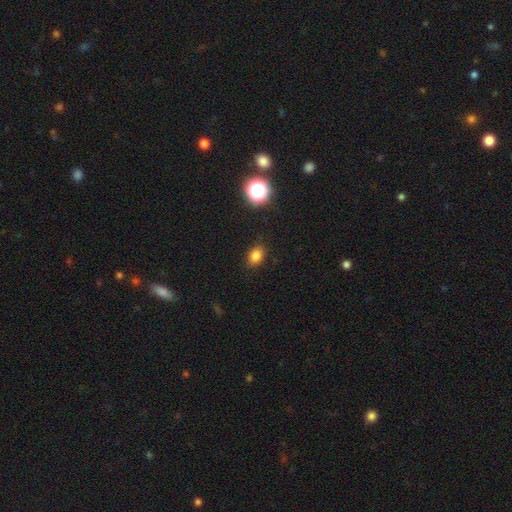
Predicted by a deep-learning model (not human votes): Smooth or featured?
  - smooth: 81% *
  - star or artifact: 14%
  - featured or disk: 5%
How rounded?
  - in between: 63% *
  - round: 36%
  - cigar-shaped: 1%
Merging?
  - none: 85% *
  - minor disturbance: 11%
  - major disturbance: 3%
  - merger: 1%